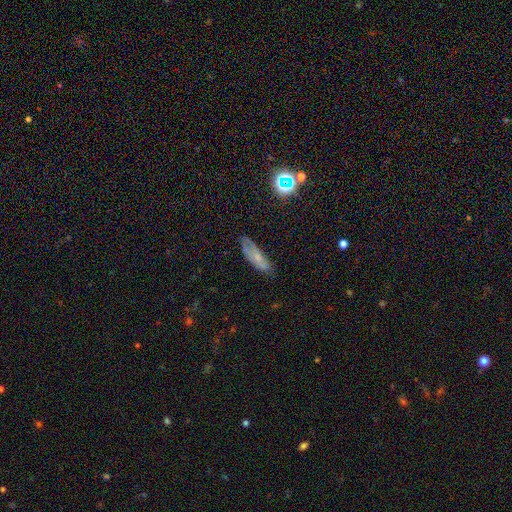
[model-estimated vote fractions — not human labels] smooth_or_featured: smooth (p=0.55) [alt: featured or disk p=0.35]
how_rounded: in between (p=0.59) [alt: cigar-shaped p=0.38]
merging: none (p=0.65) [alt: minor disturbance p=0.26]